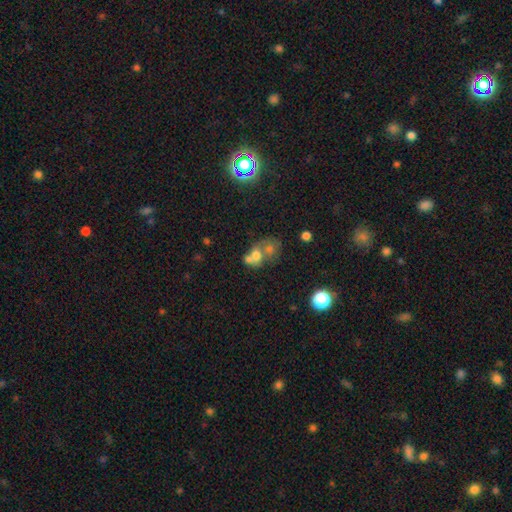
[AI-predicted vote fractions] Smooth or featured? smooth (58%)
How rounded? round (55%)
Merging? merger (68%)